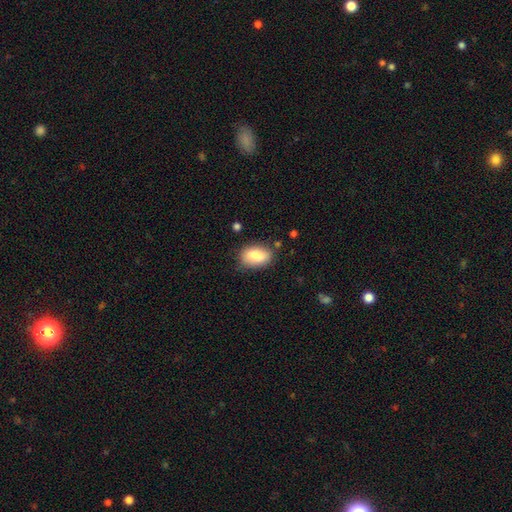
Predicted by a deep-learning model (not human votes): The model was most divided on "merging": none: 75%, minor disturbance: 18%, major disturbance: 4%, merger: 2%. More confident: how rounded — in between (89%); smooth or featured — smooth (84%).